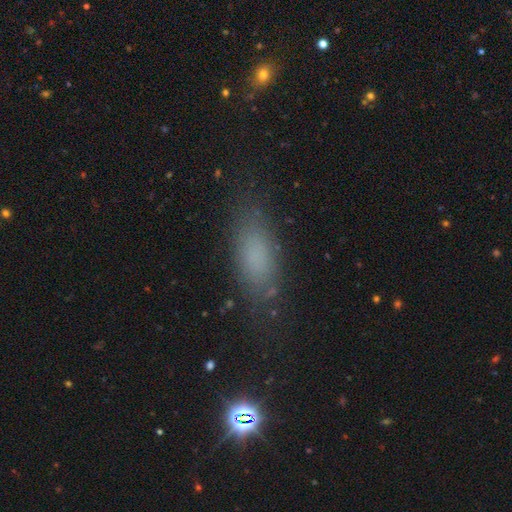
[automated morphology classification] Smooth or featured? Predicted: smooth (p=0.75). How rounded? Predicted: in between (p=0.74). Merging? Predicted: none (p=0.77).